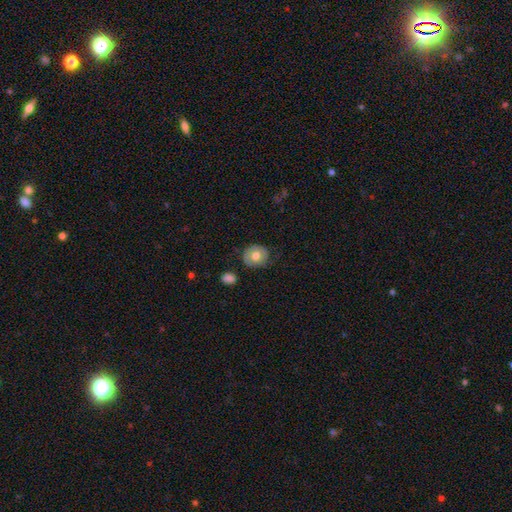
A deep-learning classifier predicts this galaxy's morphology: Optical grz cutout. It shows a smooth galaxy with no disk features (62%) that is round (78%). Merging: none (78%).